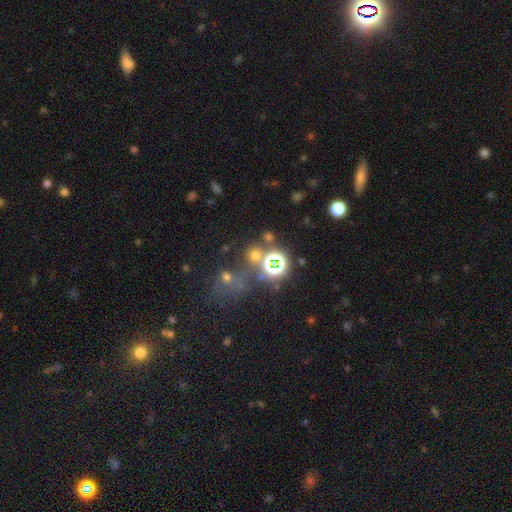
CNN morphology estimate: This is possibly a smooth galaxy (51%). How rounded: clearly round (84%). Merging: likely none (67%).